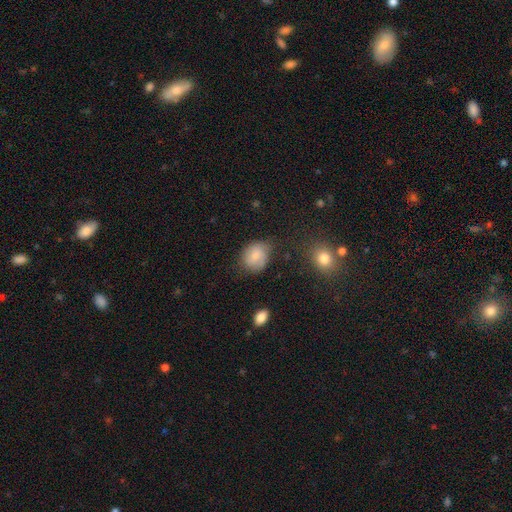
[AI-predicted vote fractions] smooth 75%, featured or disk 16%, star or artifact 8%. Down the decision tree: how rounded — round (57%); merging — none (62%).